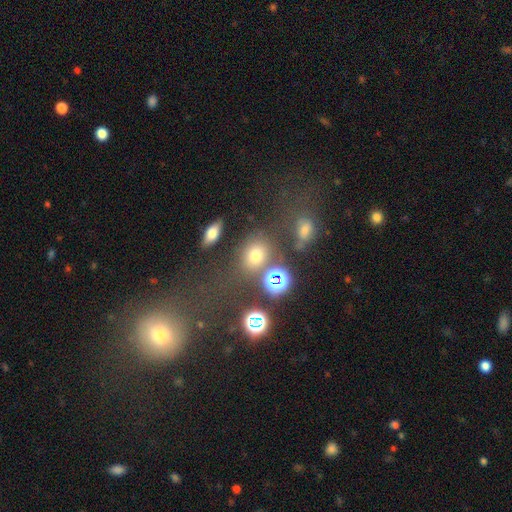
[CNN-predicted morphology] Smooth or featured? smooth (65%)
How rounded? round (52%)
Merging? none (67%)